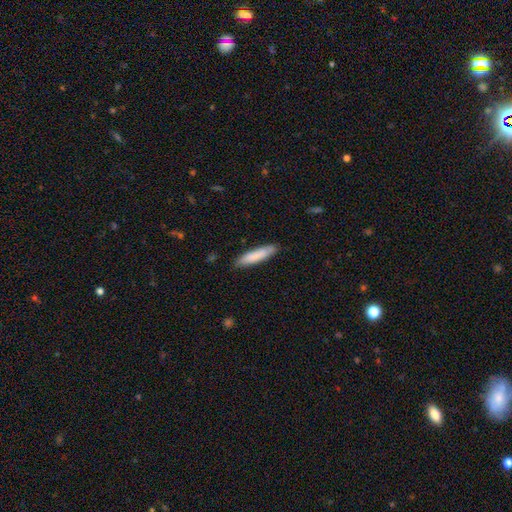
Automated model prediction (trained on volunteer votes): Overall: smooth (84%). How rounded: cigar-shaped (83%). Merging: none (86%).